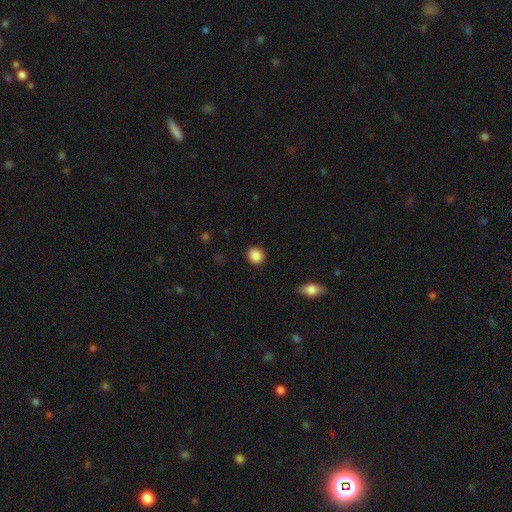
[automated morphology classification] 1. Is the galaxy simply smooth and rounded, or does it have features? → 88% smooth, 8% star or artifact, 3% featured or disk.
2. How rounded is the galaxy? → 83% round, 16% in between, 1% cigar-shaped.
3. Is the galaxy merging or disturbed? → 91% none, 6% minor disturbance, 2% major disturbance, 1% merger.